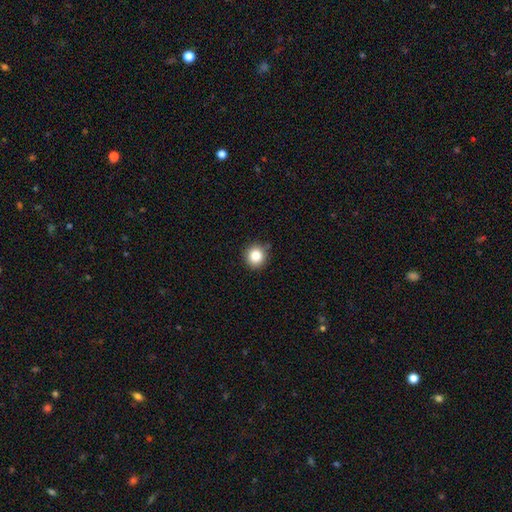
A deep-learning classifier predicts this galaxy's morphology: type=smooth (83%); roundness=round (92%); merging=none (88%).